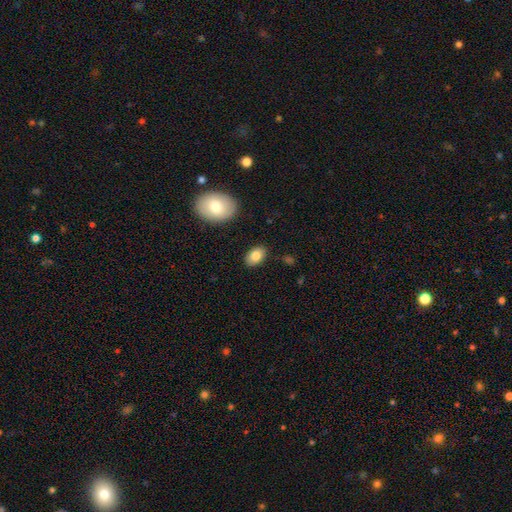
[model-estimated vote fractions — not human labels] A smooth galaxy with no disk features (83%) that is in between round and cigar-shaped (87%). Merging: none (87%).